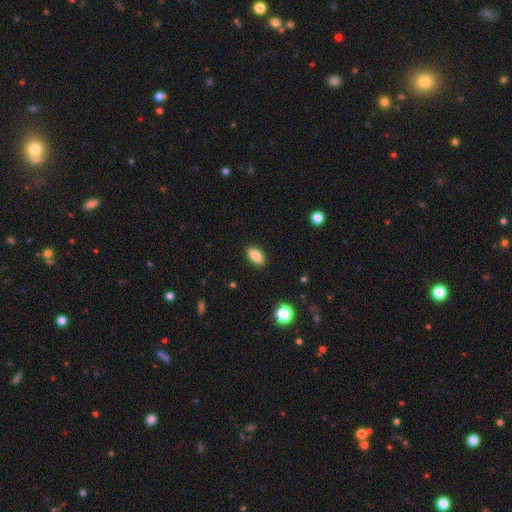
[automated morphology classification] Overall: smooth (82%). How rounded: in between (87%). Merging: none (89%).